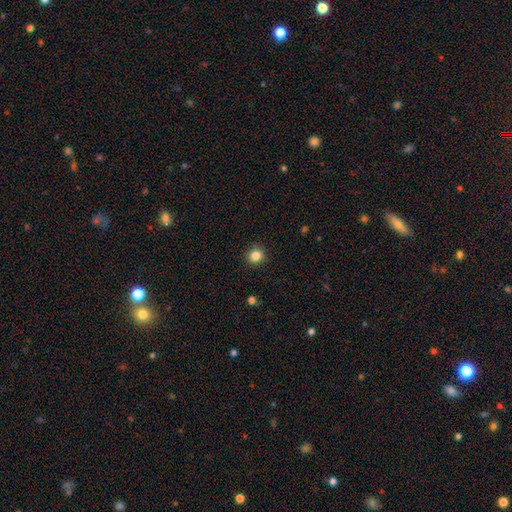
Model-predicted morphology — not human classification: The model was most divided on "smooth or featured": smooth: 84%, star or artifact: 11%, featured or disk: 4%. More confident: merging — none (91%); how rounded — round (89%).